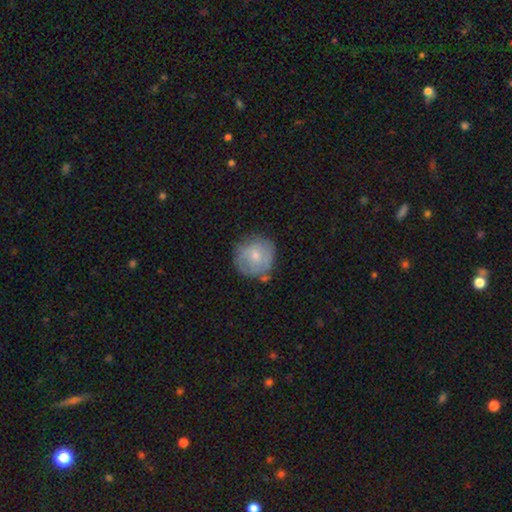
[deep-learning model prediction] This is likely a smooth galaxy (62%). How rounded: clearly round (90%). Merging: likely none (64%).